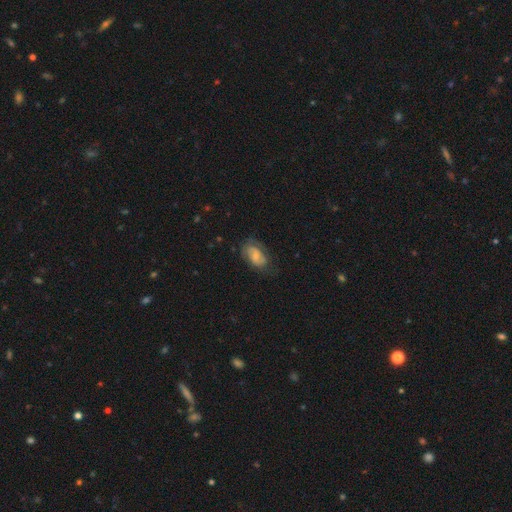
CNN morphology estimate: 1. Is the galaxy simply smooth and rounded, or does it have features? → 47% featured or disk, 44% smooth, 8% star or artifact.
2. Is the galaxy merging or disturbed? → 60% none, 26% minor disturbance, 13% major disturbance, 2% merger.